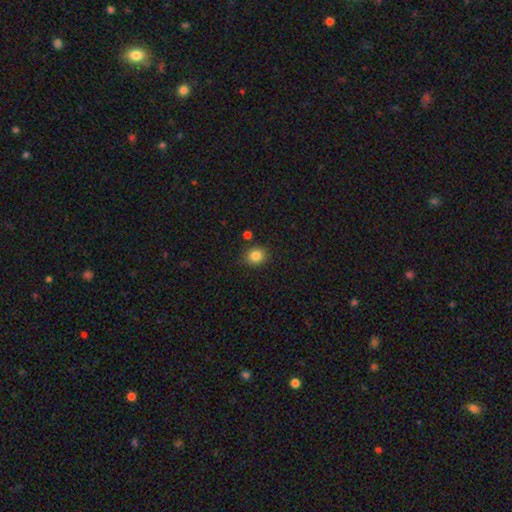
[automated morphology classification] A smooth galaxy with no disk features (84%) that is round (77%). Merging: none (86%).